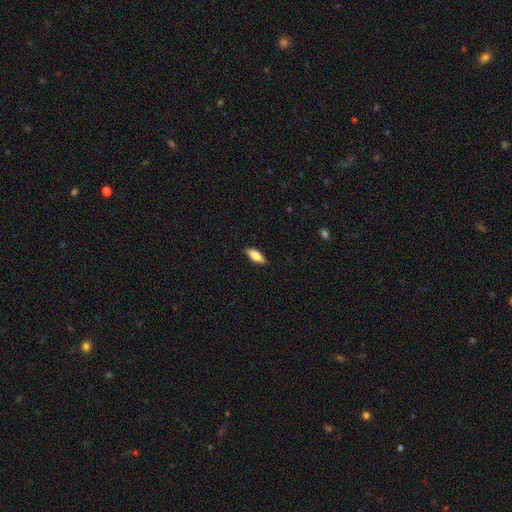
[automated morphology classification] Smooth or featured?
  - smooth: 78% *
  - featured or disk: 16%
  - star or artifact: 6%
How rounded?
  - in between: 81% *
  - cigar-shaped: 17%
  - round: 2%
Merging?
  - none: 88% *
  - minor disturbance: 9%
  - major disturbance: 2%
  - merger: 1%